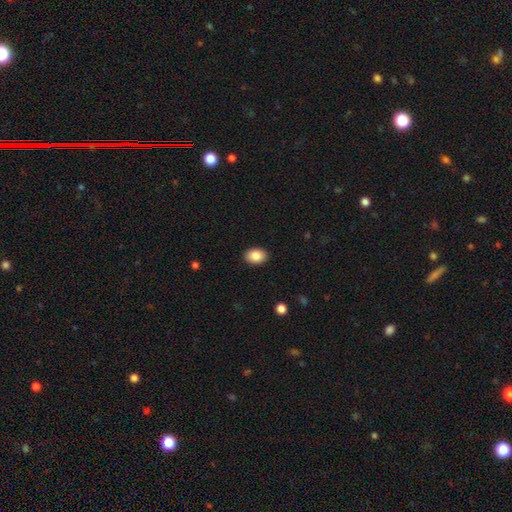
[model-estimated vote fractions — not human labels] This is clearly a smooth galaxy (87%). How rounded: likely in between (78%). Merging: clearly none (90%).